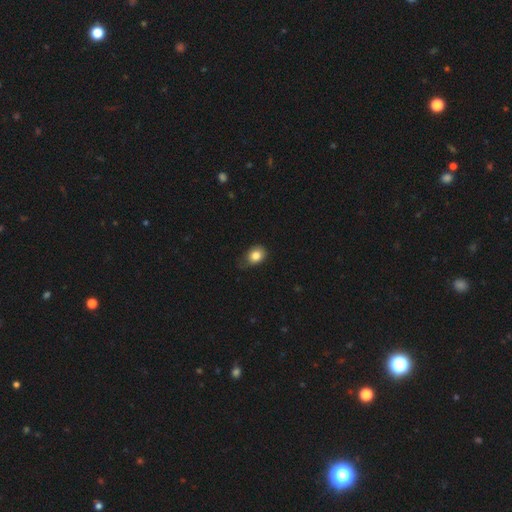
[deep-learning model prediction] Q: Smooth or featured?
A: smooth (82%); runner-up: star or artifact (10%)
Q: How rounded?
A: in between (56%); runner-up: round (43%)
Q: Merging?
A: none (64%); runner-up: minor disturbance (29%)